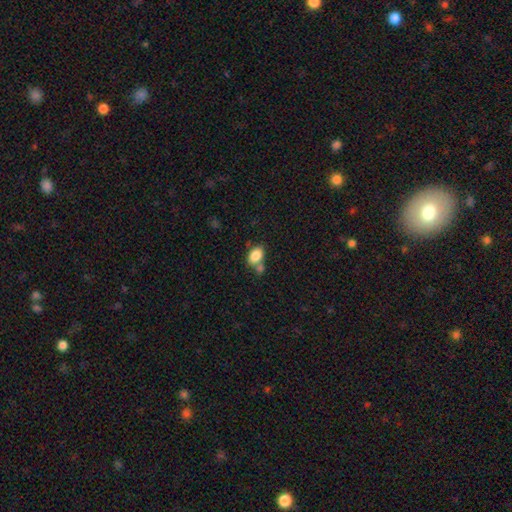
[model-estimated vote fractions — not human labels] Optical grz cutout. It shows a smooth galaxy with no disk features (84%) that is in between round and cigar-shaped (82%). Merging: none (48%).